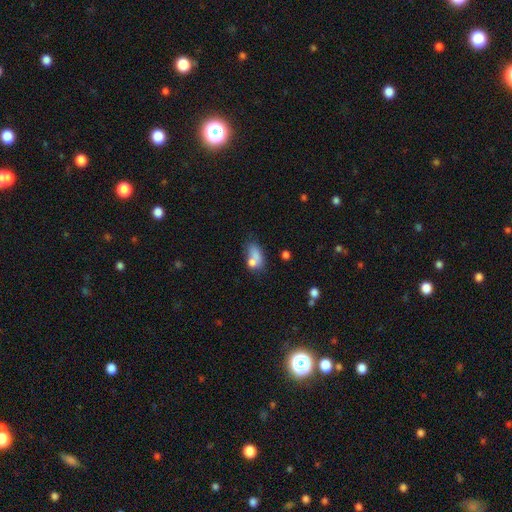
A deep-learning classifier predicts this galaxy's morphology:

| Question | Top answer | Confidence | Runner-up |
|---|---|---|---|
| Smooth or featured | smooth | 71% | featured or disk (17%) |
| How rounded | in between | 76% | round (19%) |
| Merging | merger | 36% | none (29%) |